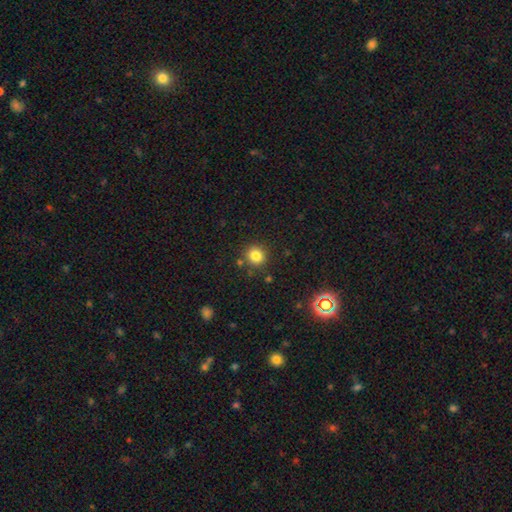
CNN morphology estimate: The model was most divided on "smooth or featured": smooth: 82%, star or artifact: 13%, featured or disk: 5%. More confident: how rounded — round (91%); merging — none (86%).